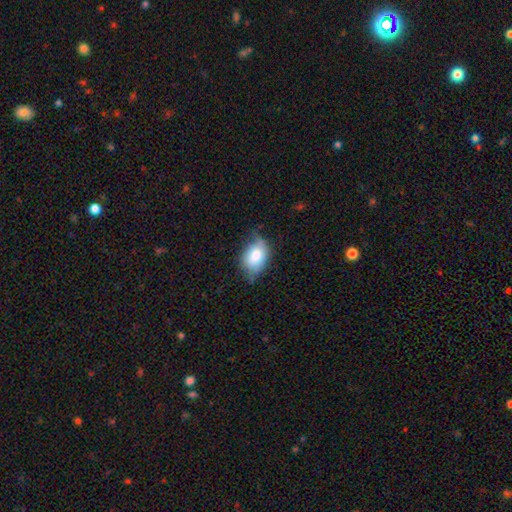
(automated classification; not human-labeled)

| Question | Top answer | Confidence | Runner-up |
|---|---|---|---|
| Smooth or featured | smooth | 73% | featured or disk (20%) |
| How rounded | in between | 82% | round (17%) |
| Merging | none | 47% | minor disturbance (40%) |